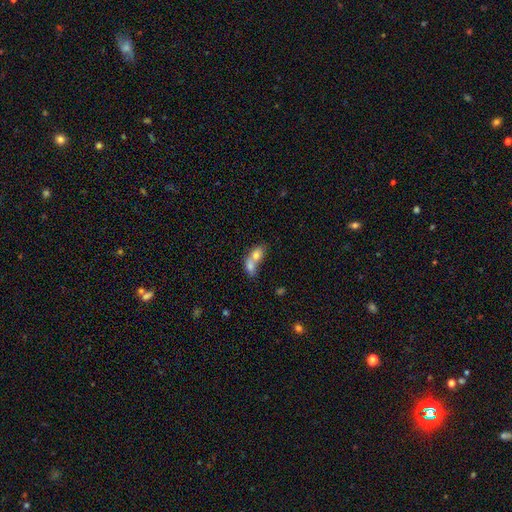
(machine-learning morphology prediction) smooth-or-featured: smooth: 70% | featured or disk: 21% | star or artifact: 9%
  how-rounded: in between: 73% | round: 22% | cigar-shaped: 5%
  merging: merger: 75% | none: 15% | minor disturbance: 6% | major disturbance: 4%